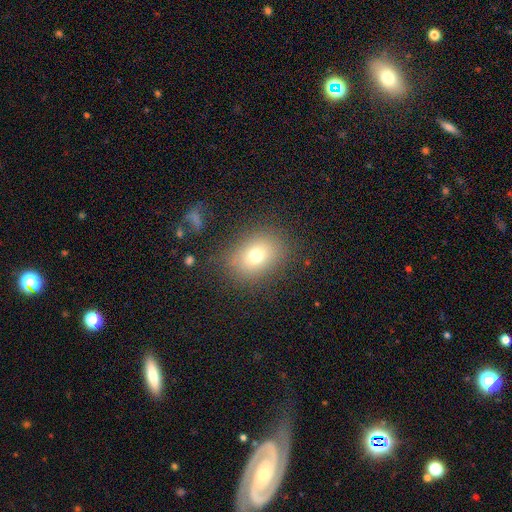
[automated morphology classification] Overall: smooth (72%). How rounded: in between (60%; round 39%). Merging: none (82%).